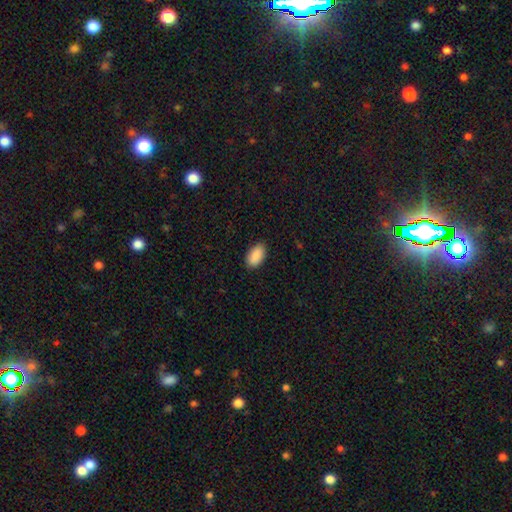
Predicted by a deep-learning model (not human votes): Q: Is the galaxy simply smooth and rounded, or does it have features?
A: smooth — 90%.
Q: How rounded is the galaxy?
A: in between — 95%.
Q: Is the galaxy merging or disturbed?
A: none — 88%.